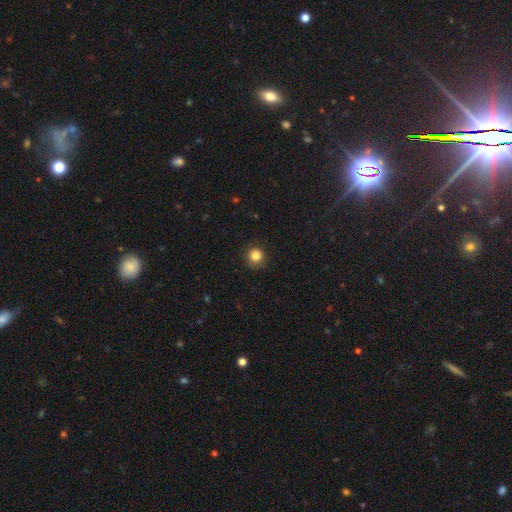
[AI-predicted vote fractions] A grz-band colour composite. It shows a smooth galaxy with no disk features (84%) that is round (94%). Merging: none (85%).